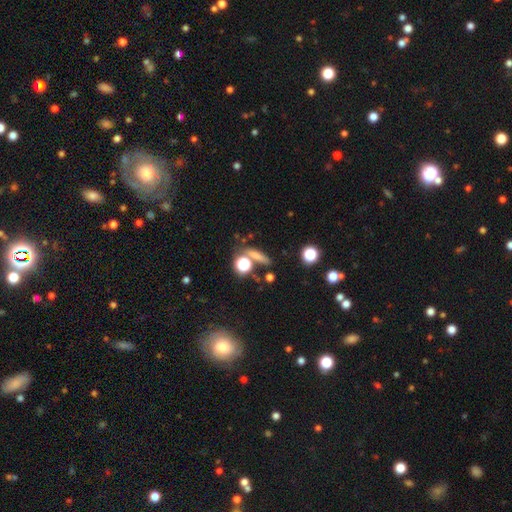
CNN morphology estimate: smooth_or_featured: smooth (p=0.61) [alt: star or artifact p=0.20]
how_rounded: cigar-shaped (p=0.60) [alt: round p=0.21]
merging: none (p=0.71) [alt: merger p=0.13]